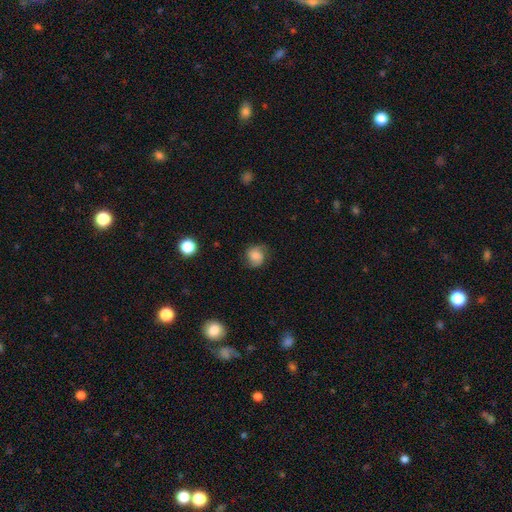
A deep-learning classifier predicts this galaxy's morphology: Smooth or featured?
  - smooth: 60% *
  - featured or disk: 30%
  - star or artifact: 11%
How rounded?
  - round: 75% *
  - in between: 24%
  - cigar-shaped: 1%
Merging?
  - none: 68% *
  - minor disturbance: 22%
  - major disturbance: 9%
  - merger: 1%